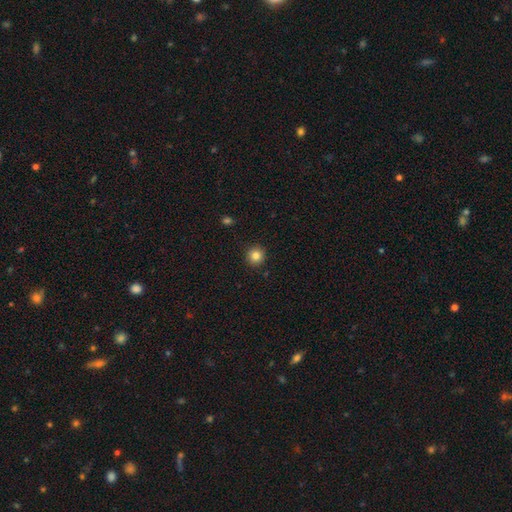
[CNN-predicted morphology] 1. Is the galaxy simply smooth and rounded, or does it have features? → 84% smooth, 11% star or artifact, 5% featured or disk.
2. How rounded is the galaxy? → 94% round, 5% in between, 1% cigar-shaped.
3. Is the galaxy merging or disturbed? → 92% none, 5% minor disturbance, 2% major disturbance, 1% merger.